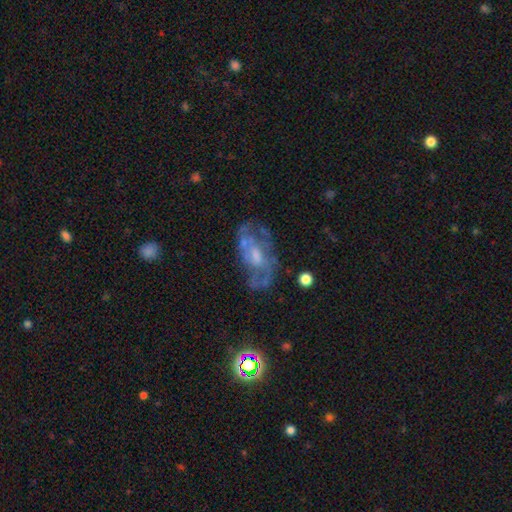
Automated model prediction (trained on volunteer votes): A featured or disk galaxy (73%) with no bar (57%), spiral arms (66%) and a moderate central bulge (45%).

Vote fractions:
- Smooth or featured? featured or disk: 73% / smooth: 17% / star or artifact: 10%
- Edge-on disk? no: 94% / yes: 6%
- Bar? no: 57% / weak: 35% / strong: 8%
- Spiral arms? yes: 66% / no: 34%
- Bulge size? moderate: 45% / small: 34% / none: 14% / large: 6% / dominant: 1%
- Merging? none: 57% / minor disturbance: 21% / major disturbance: 18% / merger: 4%